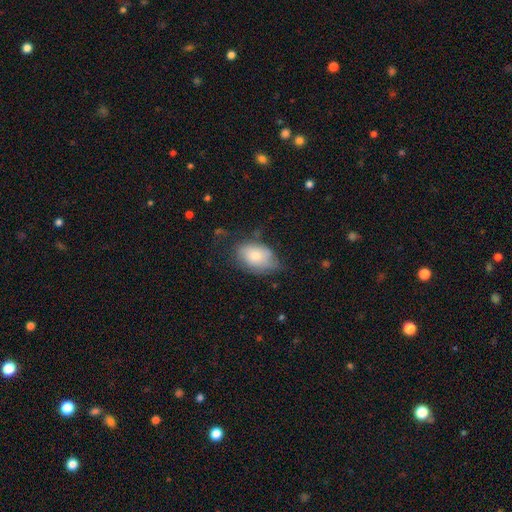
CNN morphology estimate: Smooth or featured? smooth (74%)
How rounded? in between (86%)
Merging? none (50%)